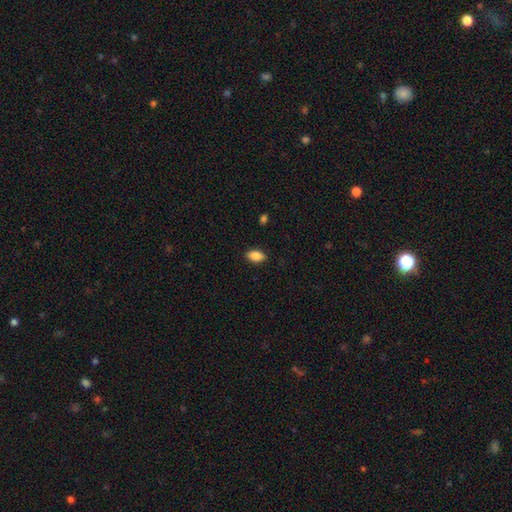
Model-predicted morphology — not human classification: Smooth or featured?
  - smooth: 85% *
  - star or artifact: 8%
  - featured or disk: 7%
How rounded?
  - in between: 91% *
  - round: 5%
  - cigar-shaped: 4%
Merging?
  - none: 88% *
  - minor disturbance: 9%
  - major disturbance: 2%
  - merger: 1%